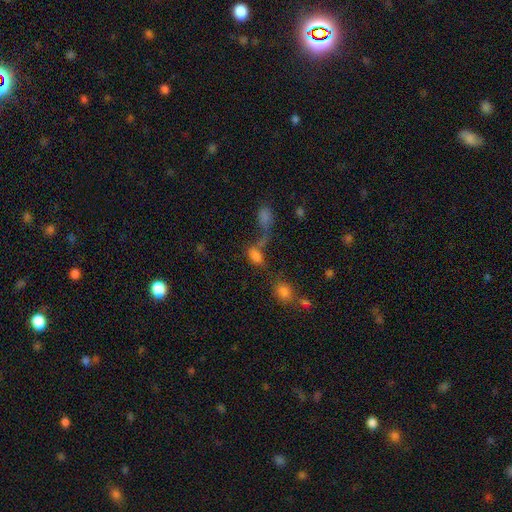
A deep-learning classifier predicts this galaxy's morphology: Smooth or featured?
  - smooth: 70% *
  - star or artifact: 19%
  - featured or disk: 11%
How rounded?
  - in between: 84% *
  - round: 11%
  - cigar-shaped: 5%
Merging?
  - merger: 47% *
  - none: 28%
  - major disturbance: 14%
  - minor disturbance: 11%